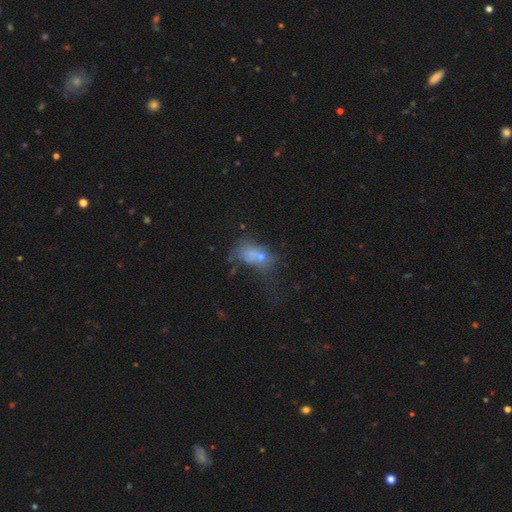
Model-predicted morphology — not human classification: Smooth or featured: smooth — 52% (featured or disk — 29%)
How rounded: in between — 79% (round — 16%)
Merging: major disturbance — 35% (merger — 28%)